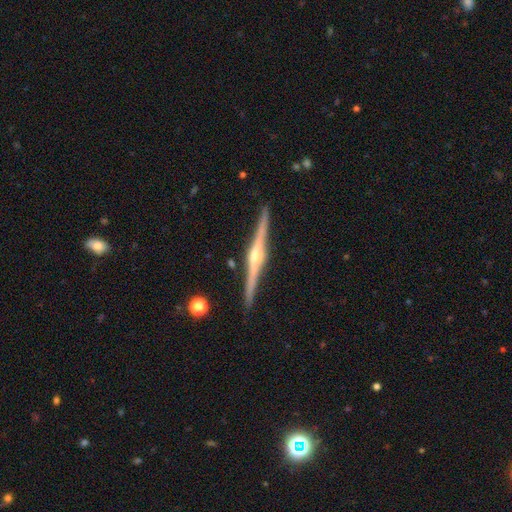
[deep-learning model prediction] A featured or disk galaxy (87%) viewed edge-on (99%) with a rounded central bulge (88%). Merging: none (92%).